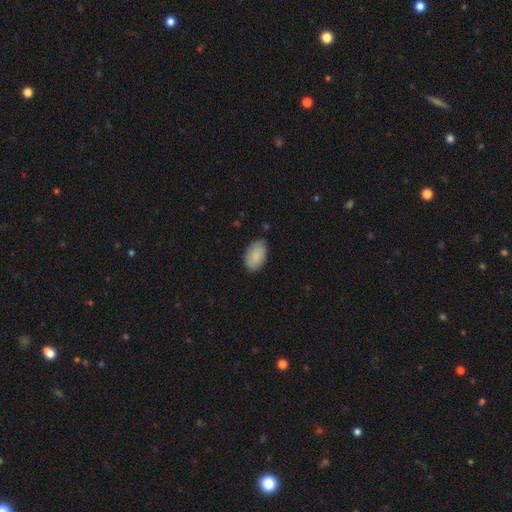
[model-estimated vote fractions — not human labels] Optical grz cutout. It shows a smooth galaxy with no disk features (86%) that is in between round and cigar-shaped (92%). Merging: none (77%).